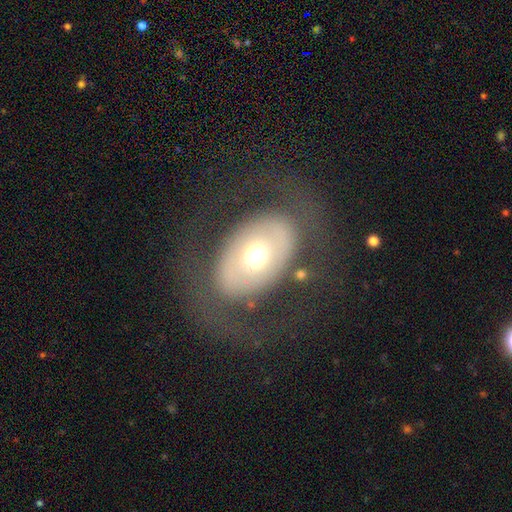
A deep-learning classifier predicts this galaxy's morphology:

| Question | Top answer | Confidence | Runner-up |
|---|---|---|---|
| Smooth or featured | smooth | 47% | featured or disk (45%) |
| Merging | none | 73% | major disturbance (13%) |